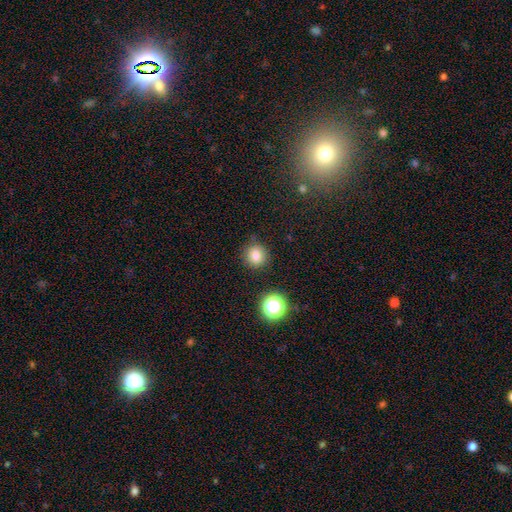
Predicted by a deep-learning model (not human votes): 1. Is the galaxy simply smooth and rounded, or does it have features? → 81% smooth, 13% star or artifact, 5% featured or disk.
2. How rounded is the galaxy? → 90% round, 9% in between, 1% cigar-shaped.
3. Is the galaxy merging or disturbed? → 85% none, 10% minor disturbance, 3% major disturbance, 3% merger.